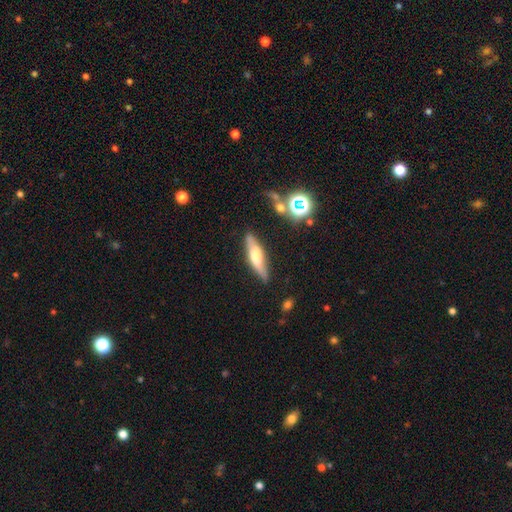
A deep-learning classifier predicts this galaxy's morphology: Smooth or featured? featured or disk (50%)
Merging? none (79%)